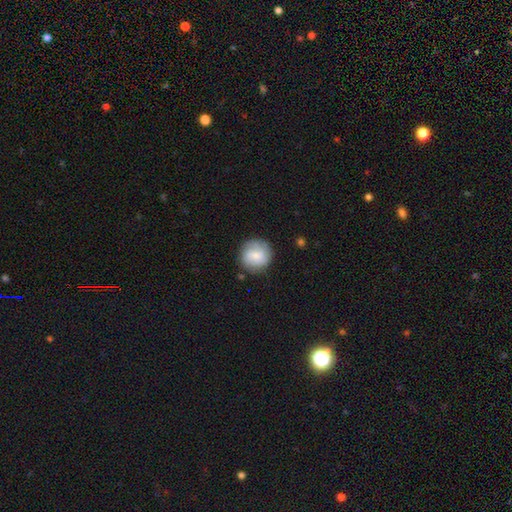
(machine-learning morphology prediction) Smooth or featured? smooth (58%)
How rounded? round (91%)
Merging? none (79%)